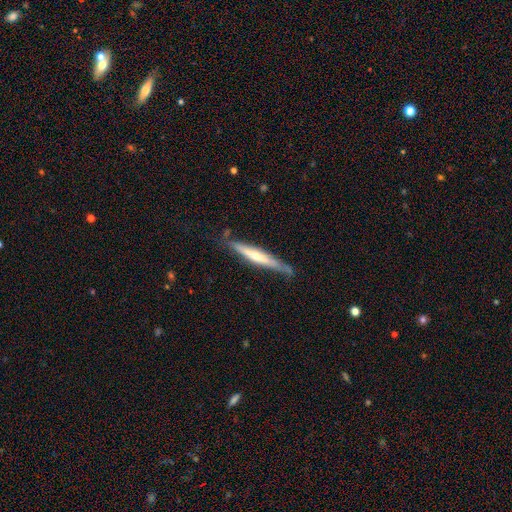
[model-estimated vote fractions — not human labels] The model was most divided on "edge-on bulge": rounded: 55%, none: 29%, boxy: 16%. More confident: edge-on disk — yes (95%); merging — none (79%); smooth or featured — featured or disk (64%).